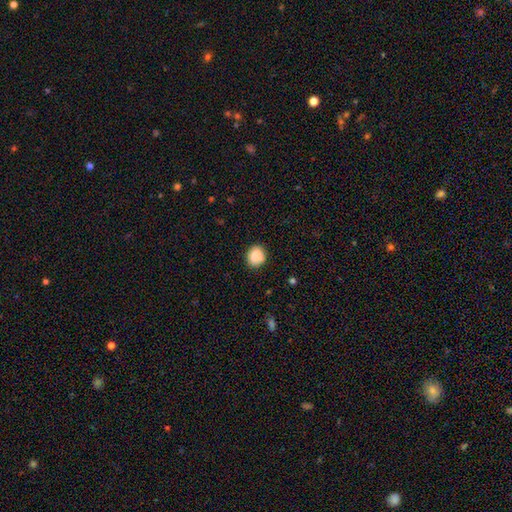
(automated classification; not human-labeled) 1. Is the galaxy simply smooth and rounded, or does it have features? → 80% smooth, 11% featured or disk, 9% star or artifact.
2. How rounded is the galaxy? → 71% round, 28% in between, 1% cigar-shaped.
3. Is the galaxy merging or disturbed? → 80% none, 14% minor disturbance, 3% major disturbance, 2% merger.